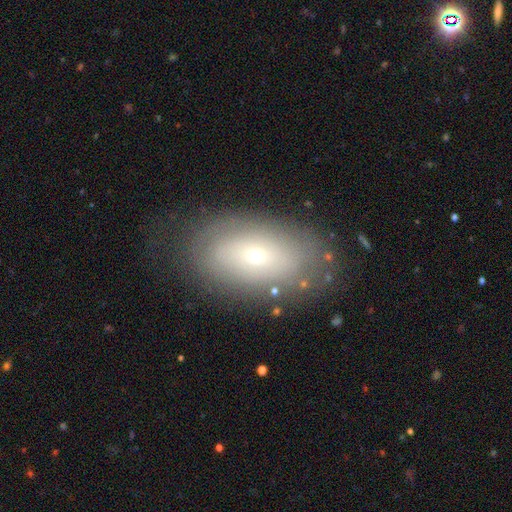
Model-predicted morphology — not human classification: This is possibly a smooth galaxy (53%). How rounded: clearly in between (86%). Merging: likely none (76%).